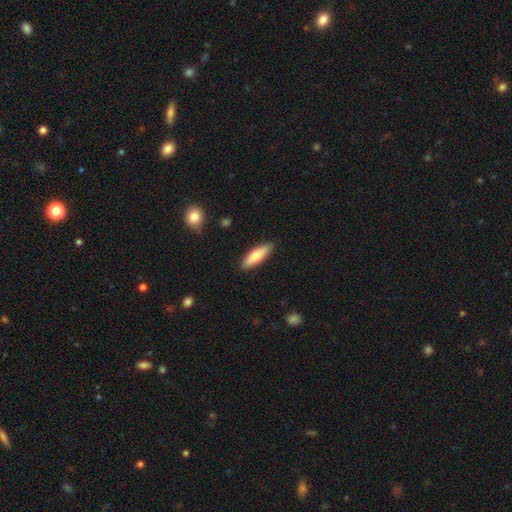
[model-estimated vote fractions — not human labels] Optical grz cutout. It shows a smooth galaxy with no disk features (68%) that is cigar-shaped (59%). Merging: none (88%).